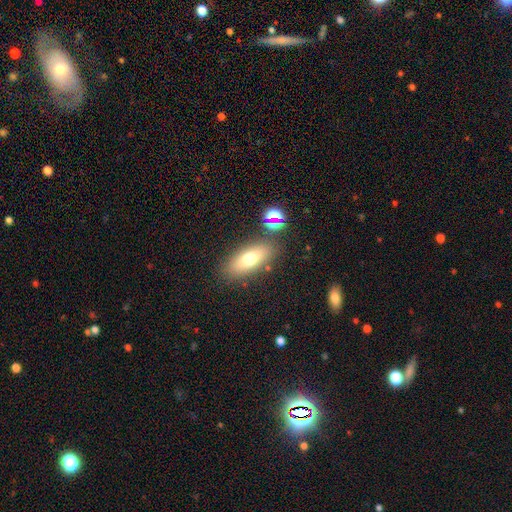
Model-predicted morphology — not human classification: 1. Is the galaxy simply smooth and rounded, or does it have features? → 68% smooth, 21% featured or disk, 11% star or artifact.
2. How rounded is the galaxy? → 73% in between, 22% cigar-shaped, 5% round.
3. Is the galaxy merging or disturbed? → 80% none, 11% minor disturbance, 6% merger, 4% major disturbance.